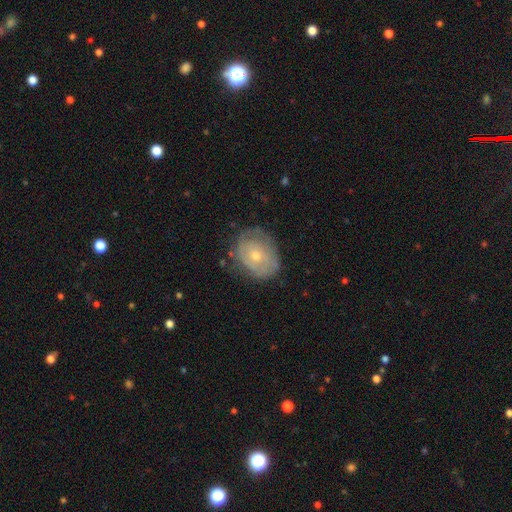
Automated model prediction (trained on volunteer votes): Smooth or featured: featured or disk — 58% (smooth — 34%)
Edge-on disk: no — 96% (yes — 4%)
Bar: no — 84% (weak — 13%)
Spiral arms: yes — 59% (no — 41%)
Bulge size: small — 48% (tied with moderate — 48%)
Merging: none — 69% (minor disturbance — 22%)